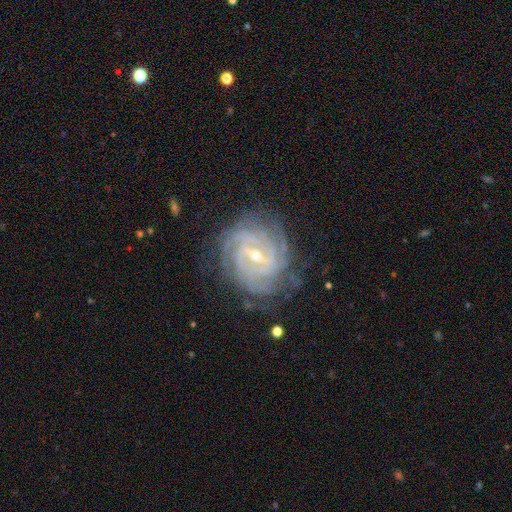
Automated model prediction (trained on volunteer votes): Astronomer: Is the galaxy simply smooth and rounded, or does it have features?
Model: featured or disk — 90%.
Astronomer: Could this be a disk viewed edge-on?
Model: no — 97%.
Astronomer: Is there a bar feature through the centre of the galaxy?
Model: weak — 51% (runner-up: strong, 33%).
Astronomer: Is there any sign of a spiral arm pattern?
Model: yes — 98%.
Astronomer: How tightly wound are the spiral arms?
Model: tight — 76%.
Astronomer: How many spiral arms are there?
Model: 4 — 28% (runner-up: can't tell, 26%).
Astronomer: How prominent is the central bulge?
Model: small — 62%.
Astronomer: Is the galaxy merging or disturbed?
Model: none — 77%.